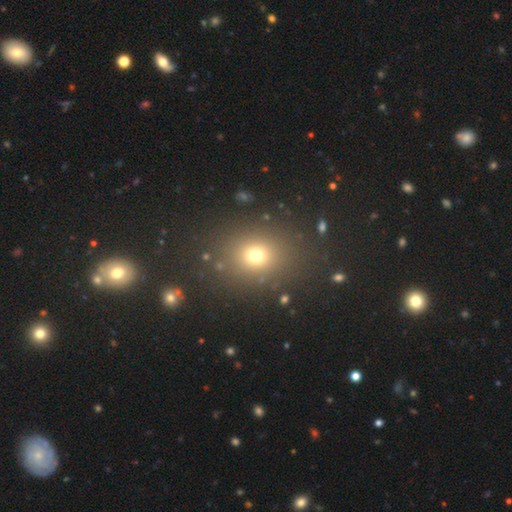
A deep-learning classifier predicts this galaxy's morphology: A smooth galaxy with no disk features (70%) that is round (63%).

Vote fractions:
- Smooth or featured? smooth: 70% / star or artifact: 20% / featured or disk: 10%
- How rounded? round: 63% / in between: 36% / cigar-shaped: 1%
- Merging? none: 83% / minor disturbance: 9% / major disturbance: 5% / merger: 3%